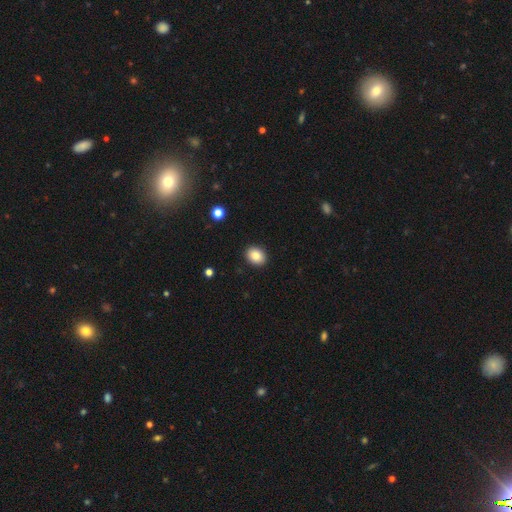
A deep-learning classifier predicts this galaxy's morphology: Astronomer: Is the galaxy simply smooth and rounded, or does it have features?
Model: smooth — 86%.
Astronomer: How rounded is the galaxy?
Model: in between — 58% (runner-up: round, 41%).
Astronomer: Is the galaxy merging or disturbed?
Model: none — 91%.